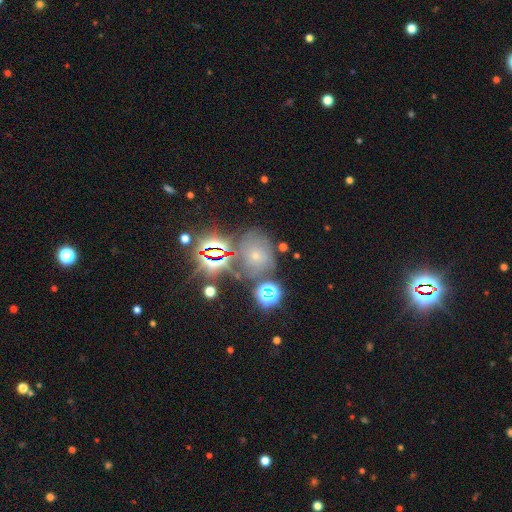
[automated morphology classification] Overall: star or artifact (43%; featured or disk 30%).